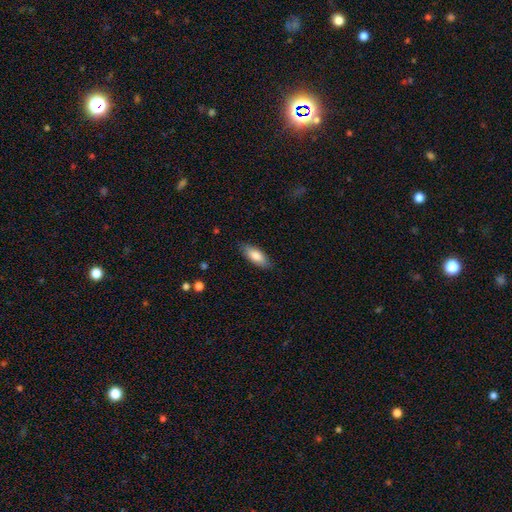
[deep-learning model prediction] smooth_or_featured: smooth (p=0.82) [alt: featured or disk p=0.12]
how_rounded: in between (p=0.79) [alt: cigar-shaped p=0.19]
merging: none (p=0.85) [alt: minor disturbance p=0.11]